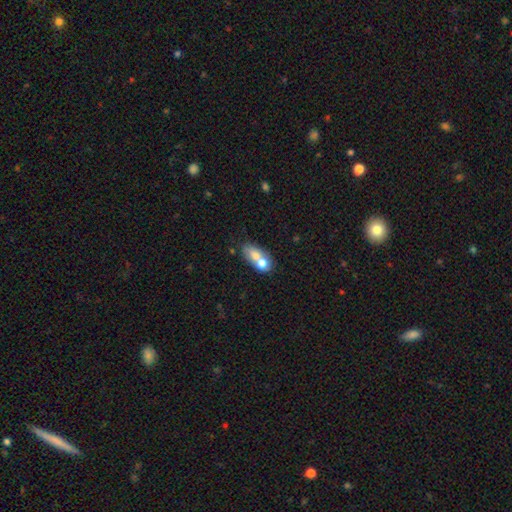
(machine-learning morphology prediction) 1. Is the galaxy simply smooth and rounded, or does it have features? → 67% smooth, 25% featured or disk, 8% star or artifact.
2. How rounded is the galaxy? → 73% in between, 21% round, 6% cigar-shaped.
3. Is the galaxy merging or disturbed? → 65% merger, 21% none, 8% minor disturbance, 5% major disturbance.